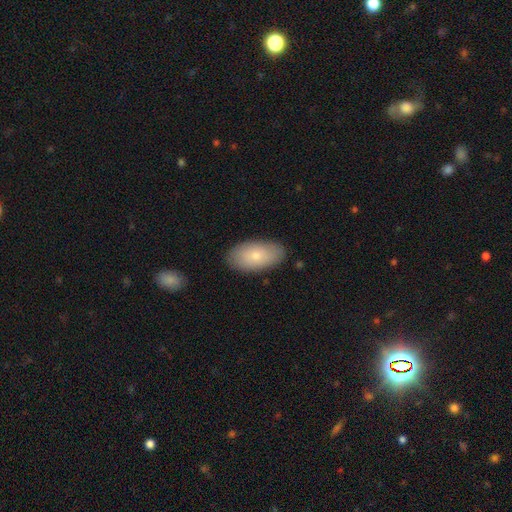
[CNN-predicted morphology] Smooth or featured? Predicted: smooth (p=0.76). How rounded? Predicted: in between (p=0.94). Merging? Predicted: none (p=0.86).